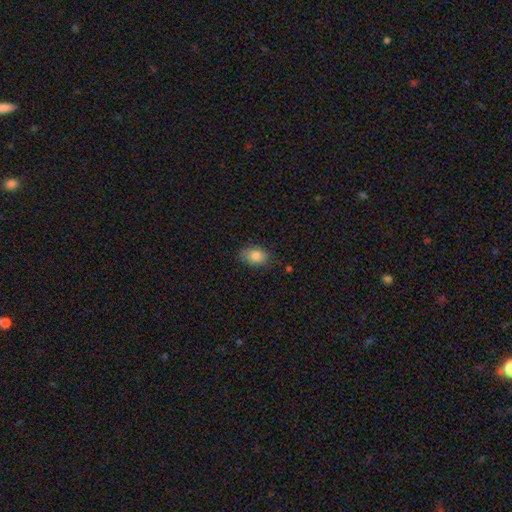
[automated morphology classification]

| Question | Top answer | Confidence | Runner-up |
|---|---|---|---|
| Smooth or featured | smooth | 84% | star or artifact (8%) |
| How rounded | in between | 81% | round (17%) |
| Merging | none | 75% | minor disturbance (20%) |